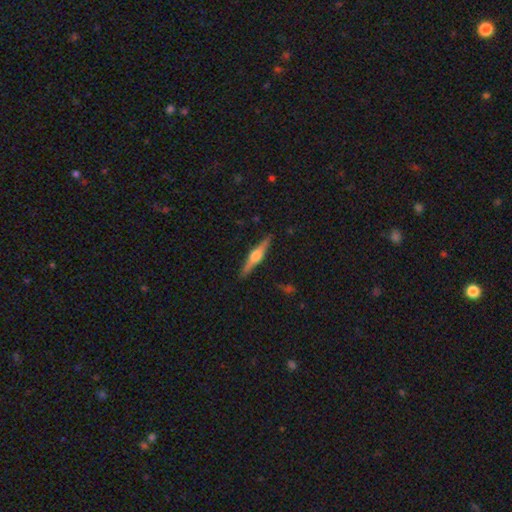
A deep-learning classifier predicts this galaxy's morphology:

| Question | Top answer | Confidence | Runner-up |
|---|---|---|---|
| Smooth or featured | featured or disk | 69% | smooth (25%) |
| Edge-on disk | yes | 97% | no (3%) |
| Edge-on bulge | rounded | 91% | boxy (6%) |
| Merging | none | 90% | minor disturbance (8%) |